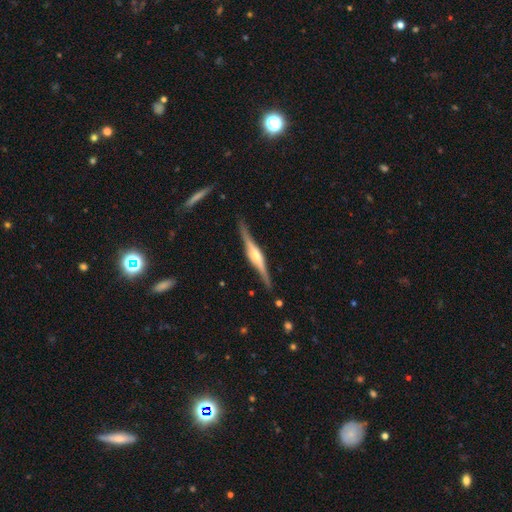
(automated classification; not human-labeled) featured or disk 83%, smooth 12%, star or artifact 5%. Down the decision tree: edge-on disk — yes (98%); edge-on bulge — rounded (79%); merging — none (88%).